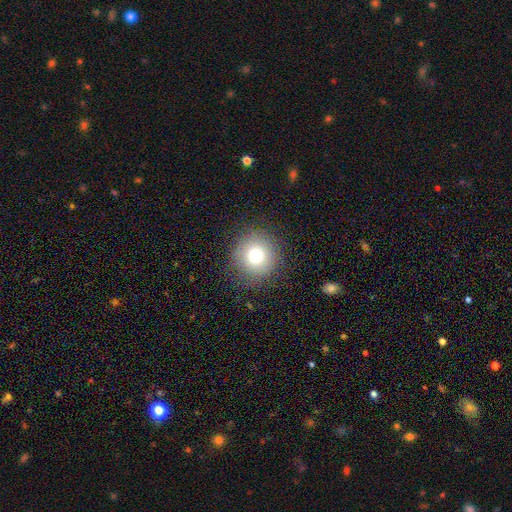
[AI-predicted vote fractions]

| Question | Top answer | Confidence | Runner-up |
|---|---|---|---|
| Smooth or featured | smooth | 75% | star or artifact (13%) |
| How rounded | round | 92% | in between (7%) |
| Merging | none | 87% | minor disturbance (8%) |